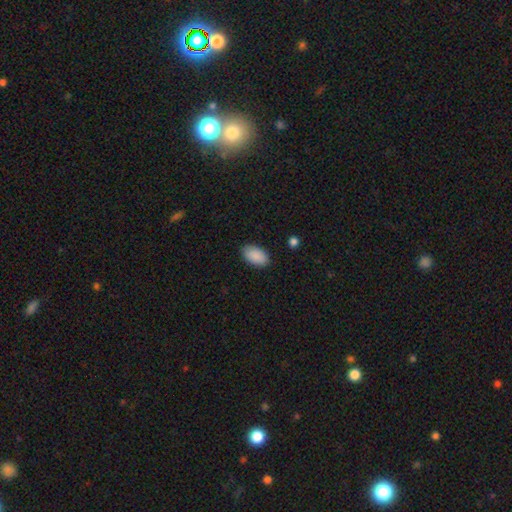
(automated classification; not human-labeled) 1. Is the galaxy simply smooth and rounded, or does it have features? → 90% smooth, 6% star or artifact, 3% featured or disk.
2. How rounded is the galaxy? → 95% in between, 4% round, 1% cigar-shaped.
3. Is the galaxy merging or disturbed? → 87% none, 10% minor disturbance, 2% major disturbance, 1% merger.